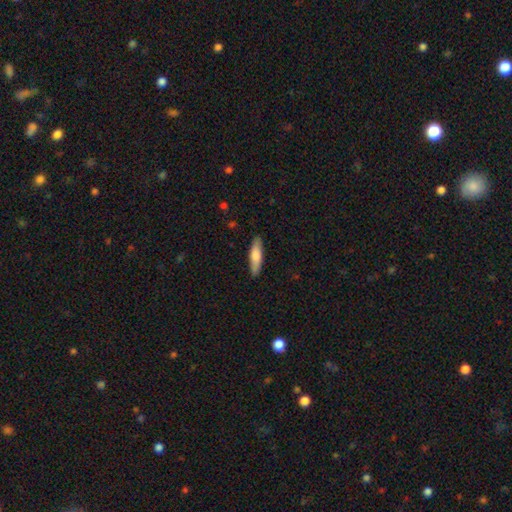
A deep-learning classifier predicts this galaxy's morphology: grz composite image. It shows a smooth galaxy with no disk features (74%) that is cigar-shaped (68%). Merging: none (88%).